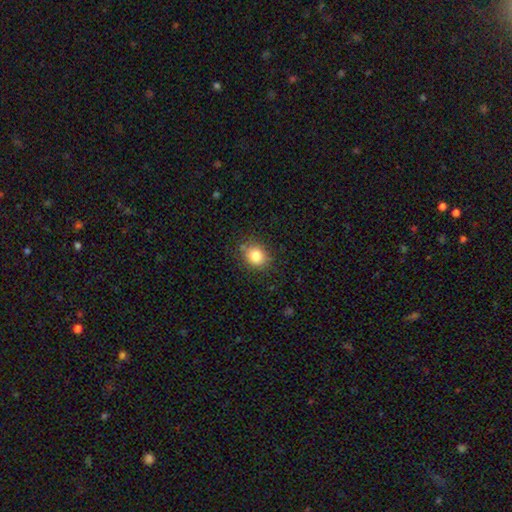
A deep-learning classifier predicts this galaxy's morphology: Smooth or featured?
  - smooth: 81% *
  - star or artifact: 11%
  - featured or disk: 7%
How rounded?
  - round: 70% *
  - in between: 29%
  - cigar-shaped: 1%
Merging?
  - none: 82% *
  - minor disturbance: 12%
  - major disturbance: 3%
  - merger: 2%